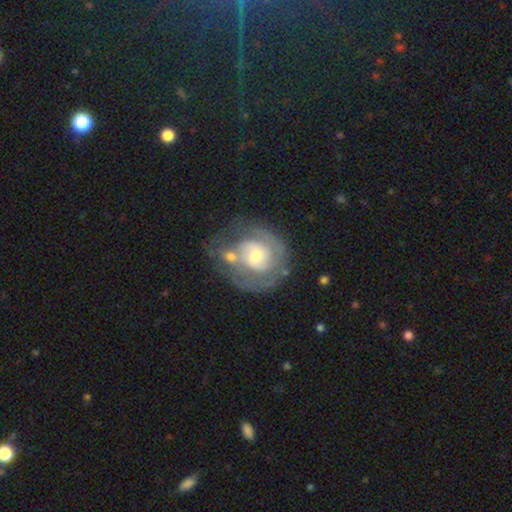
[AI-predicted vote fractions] Morphology: type=featured or disk (74%); edge-on=no (97%); bar=no (74%); spiral arms=yes (79%); winding=tight (61%); arm count=2 (42%); bulge=moderate (57%); merging=none (48%).